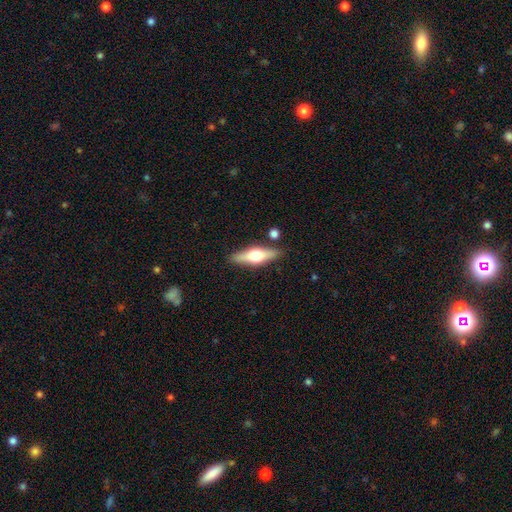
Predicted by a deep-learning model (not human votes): featured or disk 54%, smooth 40%, star or artifact 6%. Down the decision tree: edge-on disk — yes (92%); merging — none (84%).